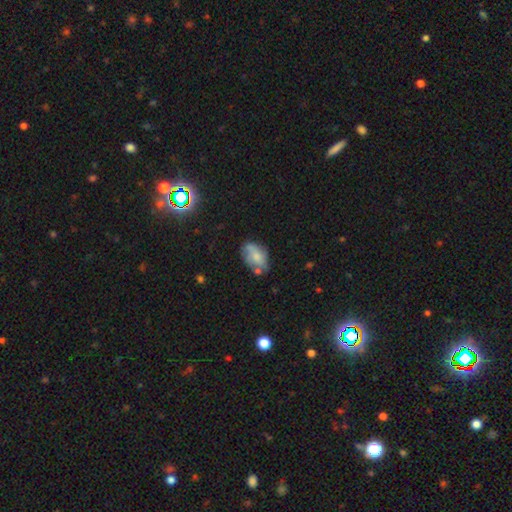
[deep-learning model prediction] Overall: smooth (58%; featured or disk 33%). How rounded: in between (87%). Merging: none (52%; minor disturbance 29%).